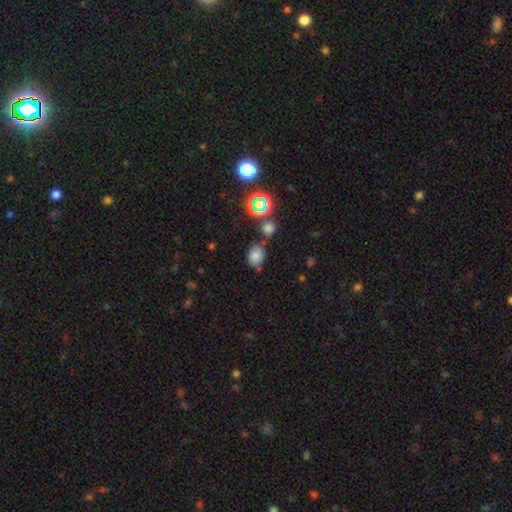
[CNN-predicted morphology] smooth 72%, star or artifact 19%, featured or disk 9%. Down the decision tree: how rounded — in between (52%); merging — none (62%).